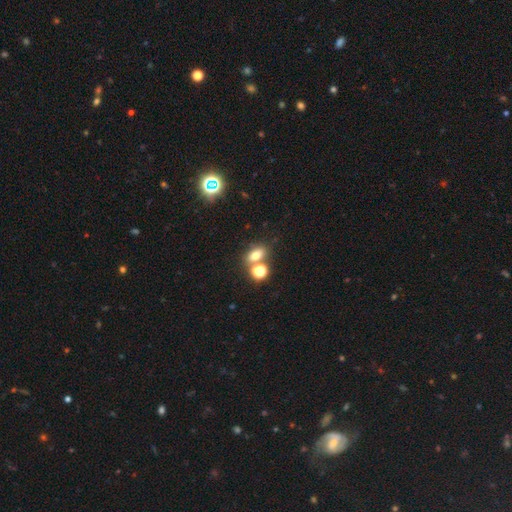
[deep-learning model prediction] Smooth or featured? smooth (70%)
How rounded? in between (70%)
Merging? none (58%)